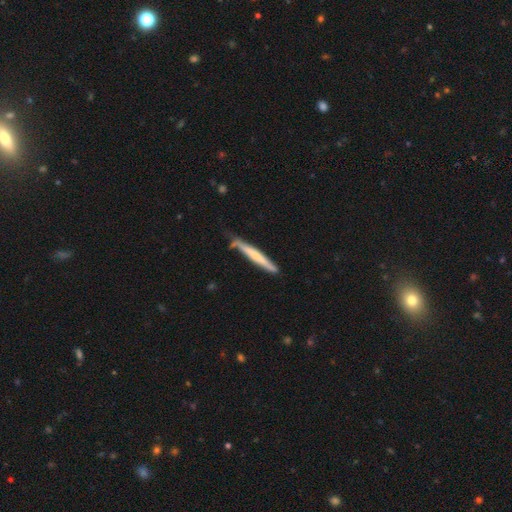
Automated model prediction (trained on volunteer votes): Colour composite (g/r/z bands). It shows a smooth galaxy with no disk features (51%) that is cigar-shaped (96%). Merging: none (71%).